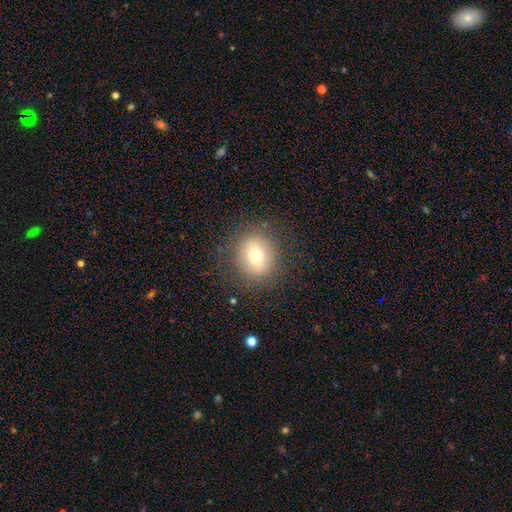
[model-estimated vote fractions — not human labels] Smooth or featured: smooth — 66% (featured or disk — 22%)
How rounded: round — 76% (in between — 23%)
Merging: none — 85% (minor disturbance — 10%)